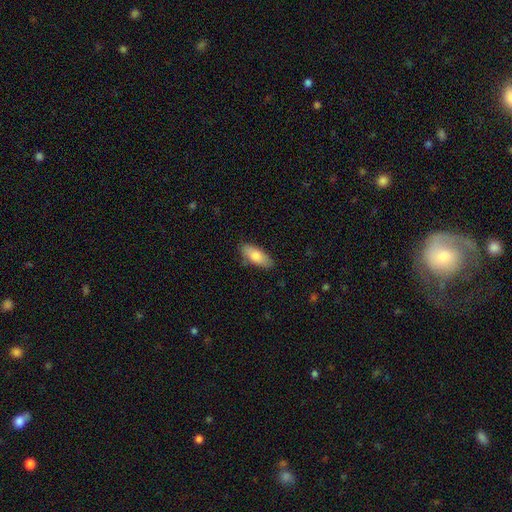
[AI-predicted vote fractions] Smooth or featured? Predicted: smooth (p=0.81). How rounded? Predicted: in between (p=0.80). Merging? Predicted: none (p=0.83).